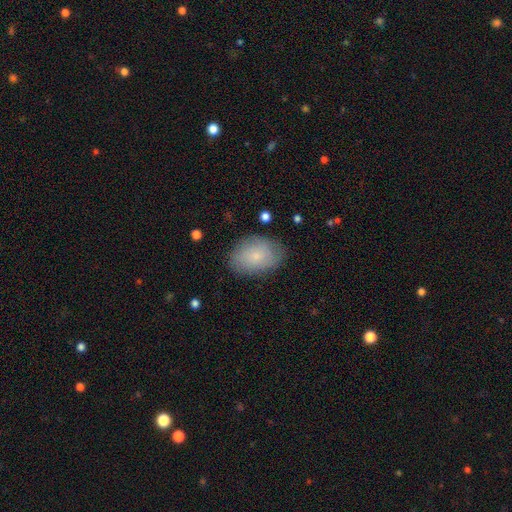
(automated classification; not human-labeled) smooth 72%, featured or disk 20%, star or artifact 7%. Down the decision tree: how rounded — in between (83%); merging — none (77%).